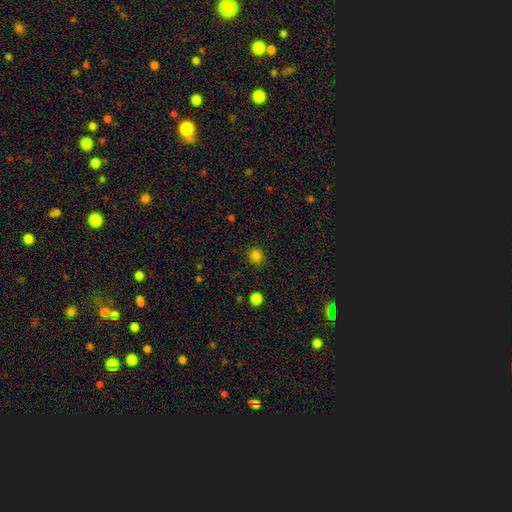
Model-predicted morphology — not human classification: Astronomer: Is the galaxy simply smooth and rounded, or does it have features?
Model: smooth — 81%.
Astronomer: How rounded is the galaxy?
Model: round — 84%.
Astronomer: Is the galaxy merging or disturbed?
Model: none — 89%.